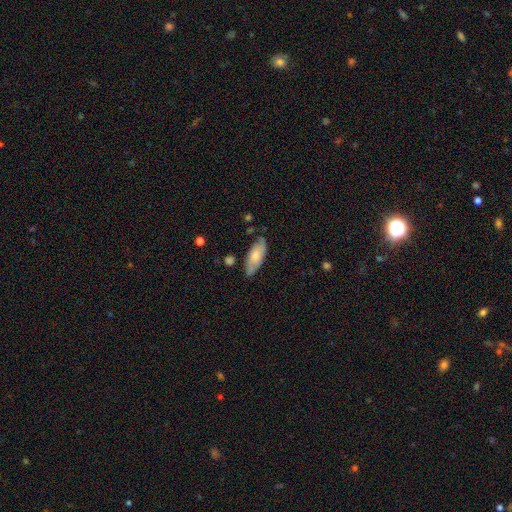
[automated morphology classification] Q: Smooth or featured?
A: smooth (63%); runner-up: featured or disk (31%)
Q: How rounded?
A: in between (80%); runner-up: cigar-shaped (18%)
Q: Merging?
A: none (71%); runner-up: minor disturbance (22%)